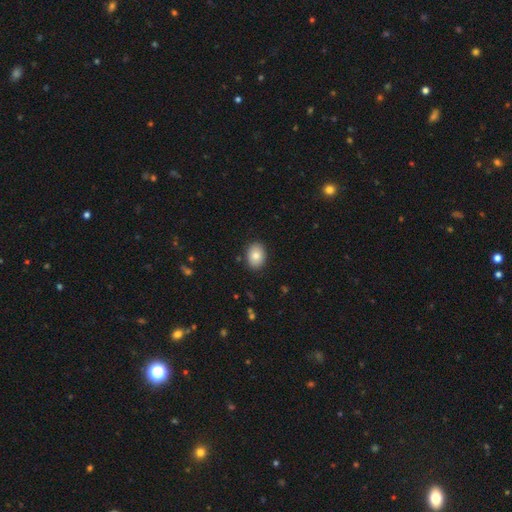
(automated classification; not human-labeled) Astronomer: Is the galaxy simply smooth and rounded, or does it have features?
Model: smooth — 84%.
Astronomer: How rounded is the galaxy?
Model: in between — 74%.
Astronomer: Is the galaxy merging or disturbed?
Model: none — 88%.